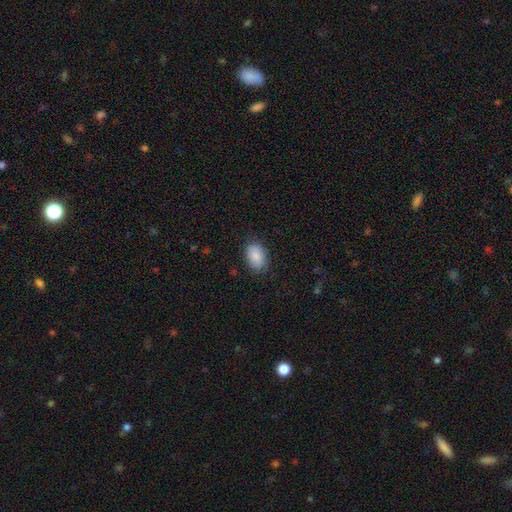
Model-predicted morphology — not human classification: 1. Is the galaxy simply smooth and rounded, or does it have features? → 87% smooth, 7% star or artifact, 6% featured or disk.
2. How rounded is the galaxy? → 86% in between, 13% round, 1% cigar-shaped.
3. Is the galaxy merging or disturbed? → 82% none, 14% minor disturbance, 3% major disturbance, 1% merger.